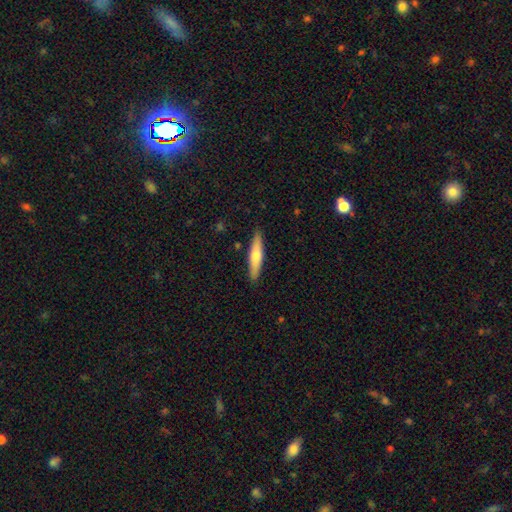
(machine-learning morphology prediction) smooth 56%, featured or disk 38%, star or artifact 6%. Down the decision tree: how rounded — cigar-shaped (84%); merging — none (89%).